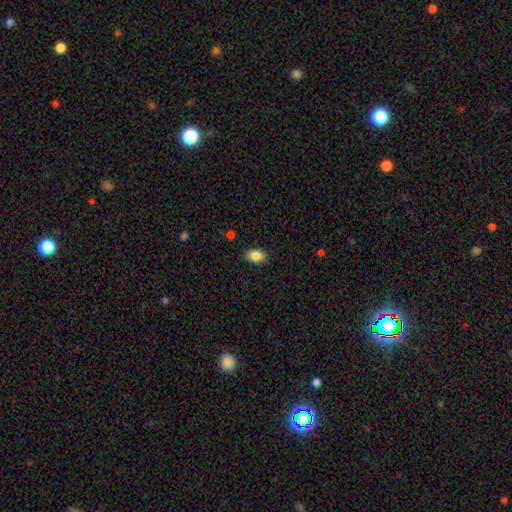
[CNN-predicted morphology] Smooth or featured?
  - smooth: 87% *
  - star or artifact: 8%
  - featured or disk: 5%
How rounded?
  - in between: 89% *
  - round: 9%
  - cigar-shaped: 2%
Merging?
  - none: 88% *
  - minor disturbance: 9%
  - major disturbance: 2%
  - merger: 1%